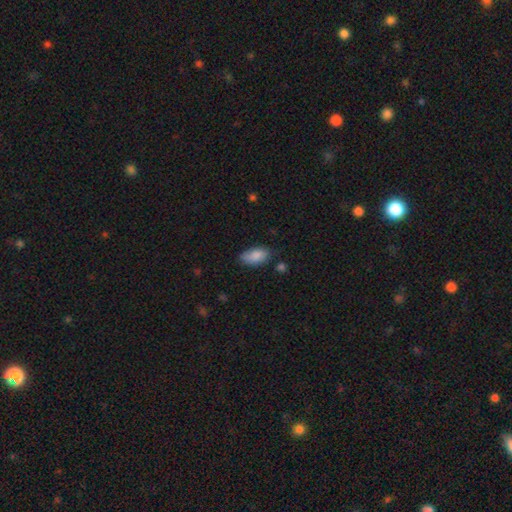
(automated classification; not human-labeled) A smooth galaxy with no disk features (87%) that is in between round and cigar-shaped (93%).

Vote fractions:
- Smooth or featured? smooth: 87% / star or artifact: 7% / featured or disk: 7%
- How rounded? in between: 93% / cigar-shaped: 4% / round: 3%
- Merging? none: 73% / minor disturbance: 21% / major disturbance: 4% / merger: 2%